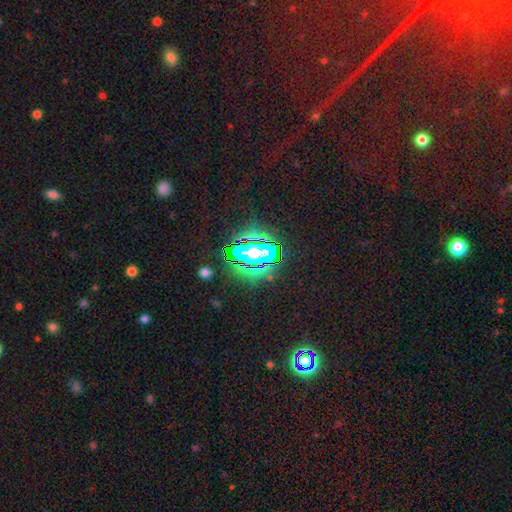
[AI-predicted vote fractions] Smooth or featured: star or artifact — 64% (smooth — 23%)